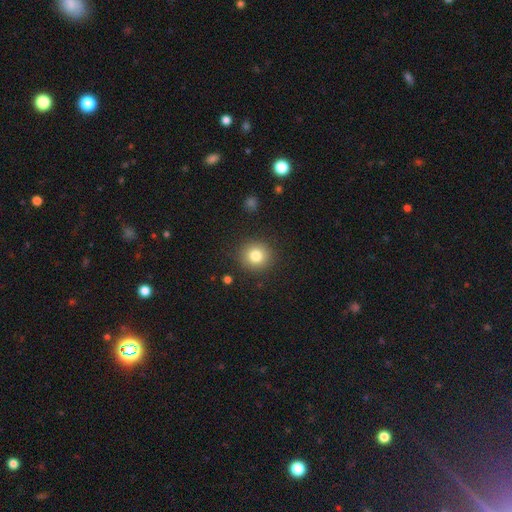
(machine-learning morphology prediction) A smooth galaxy with no disk features (81%) that is round (89%). Merging: none (89%).